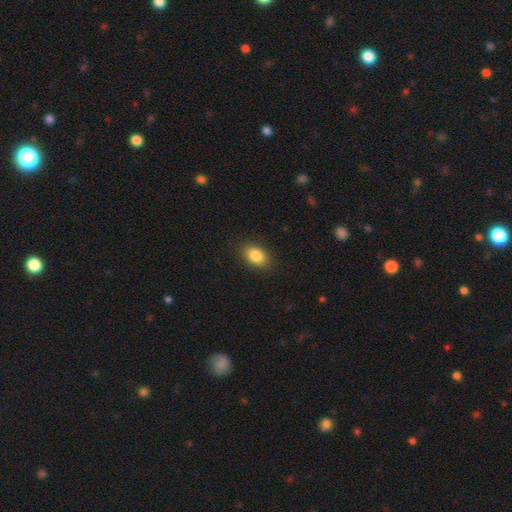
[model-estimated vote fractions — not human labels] smooth_or_featured: smooth (p=0.86) [alt: star or artifact p=0.08]
how_rounded: in between (p=0.80) [alt: round p=0.18]
merging: none (p=0.87) [alt: minor disturbance p=0.09]